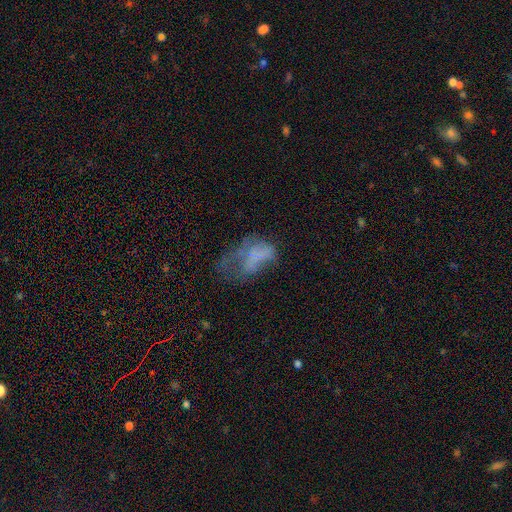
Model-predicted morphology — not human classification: type=smooth (44%); merging=major disturbance (49%).